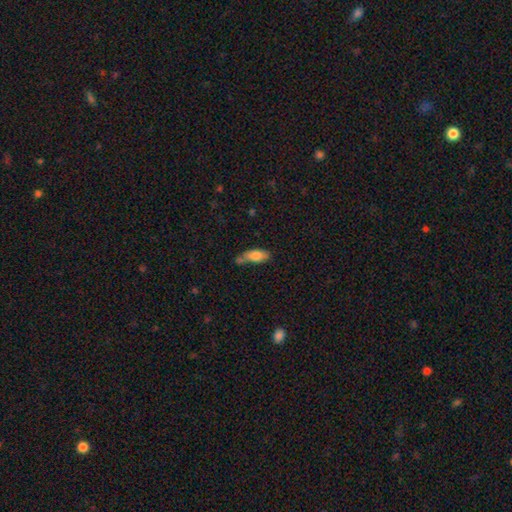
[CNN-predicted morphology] The model was most divided on "merging": none: 46%, minor disturbance: 26%, merger: 20%, major disturbance: 8%. More confident: smooth or featured — smooth (79%); how rounded — in between (77%).